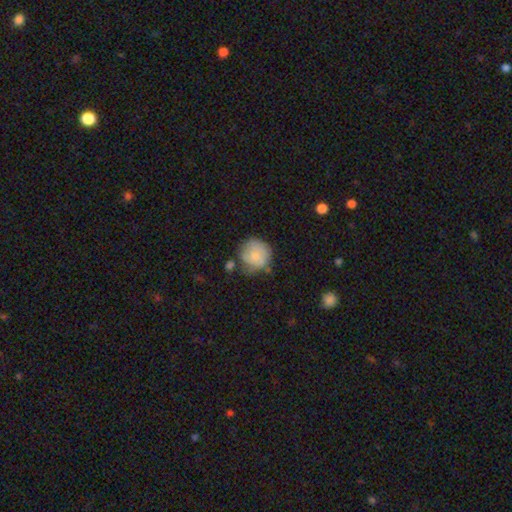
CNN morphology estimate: A smooth galaxy with no disk features (66%) that is round (88%). Merging: none (51%).